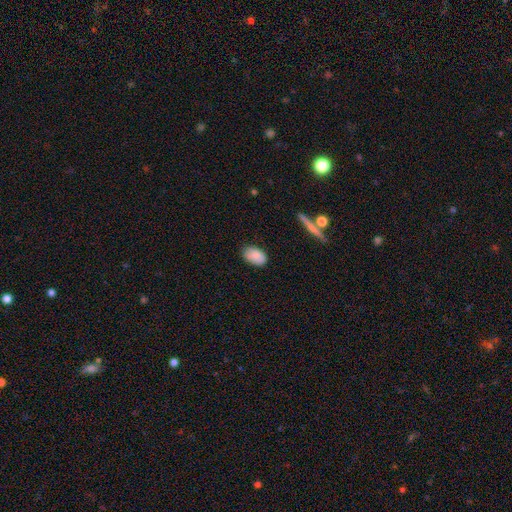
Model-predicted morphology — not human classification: smooth 85%, featured or disk 7%, star or artifact 7%. Down the decision tree: how rounded — in between (91%); merging — none (80%).